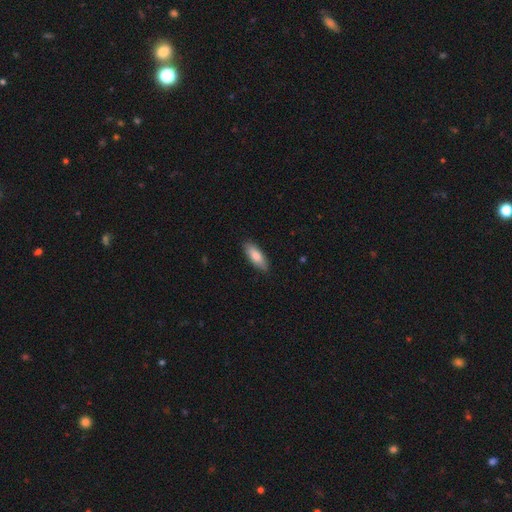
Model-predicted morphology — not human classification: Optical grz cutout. It shows a smooth galaxy with no disk features (81%) that is in between round and cigar-shaped (69%). Merging: none (88%).